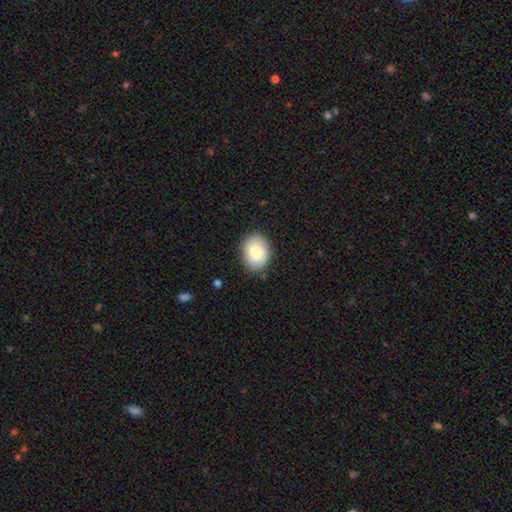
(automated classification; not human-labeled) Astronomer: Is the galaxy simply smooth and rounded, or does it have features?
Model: smooth — 83%.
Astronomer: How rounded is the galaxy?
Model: in between — 71%.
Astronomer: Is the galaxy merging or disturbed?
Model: none — 85%.